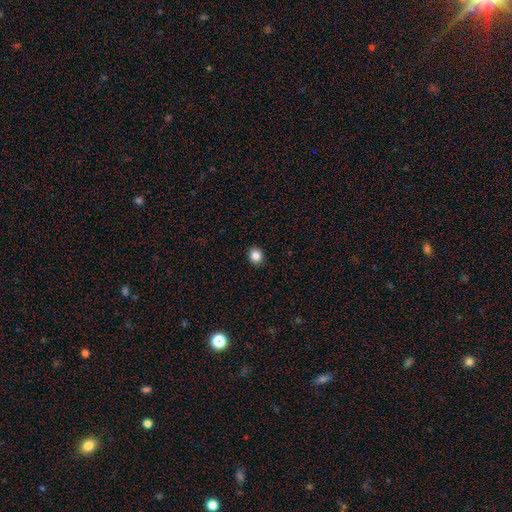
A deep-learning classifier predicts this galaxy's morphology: The model was most divided on "how rounded": round: 72%, in between: 28%, cigar-shaped: 1%. More confident: merging — none (91%); smooth or featured — smooth (85%).